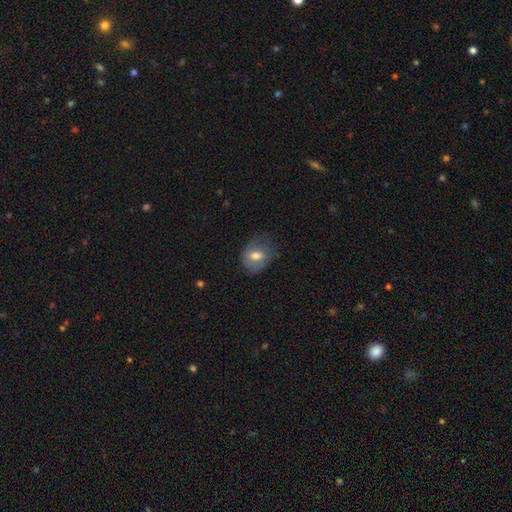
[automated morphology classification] Smooth or featured? smooth (65%)
How rounded? in between (53%)
Merging? none (58%)